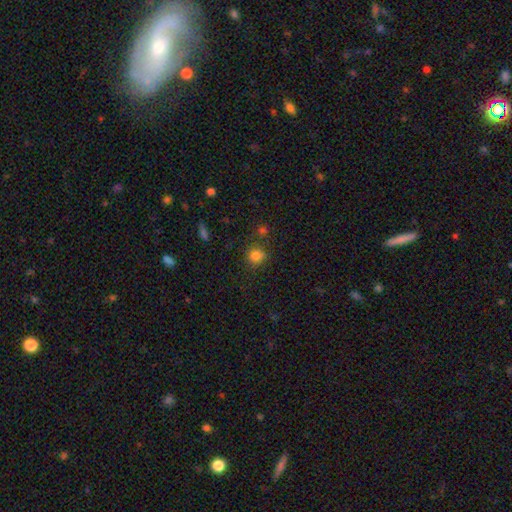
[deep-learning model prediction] A smooth galaxy with no disk features (80%) that is round (82%). Merging: none (75%).